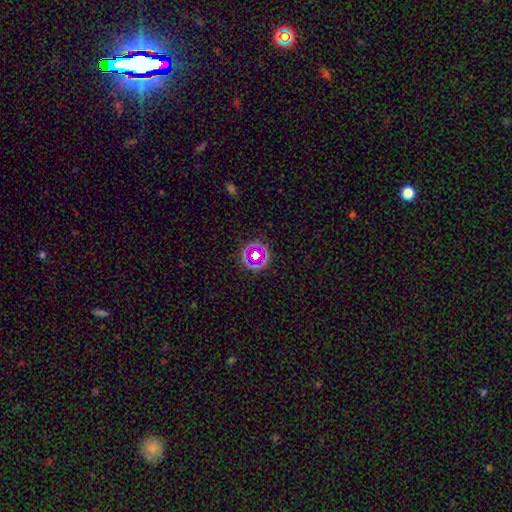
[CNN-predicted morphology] A star or artifact, not a galaxy (52%).